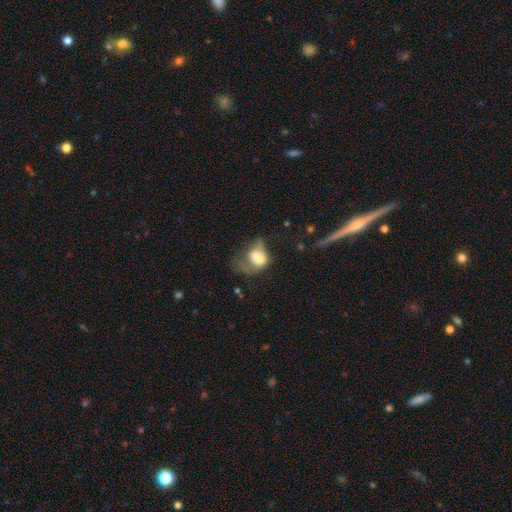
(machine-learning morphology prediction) Smooth or featured?
  - smooth: 58% *
  - featured or disk: 31%
  - star or artifact: 11%
How rounded?
  - in between: 69% *
  - round: 29%
  - cigar-shaped: 2%
Merging?
  - major disturbance: 50% *
  - minor disturbance: 18%
  - merger: 18%
  - none: 15%